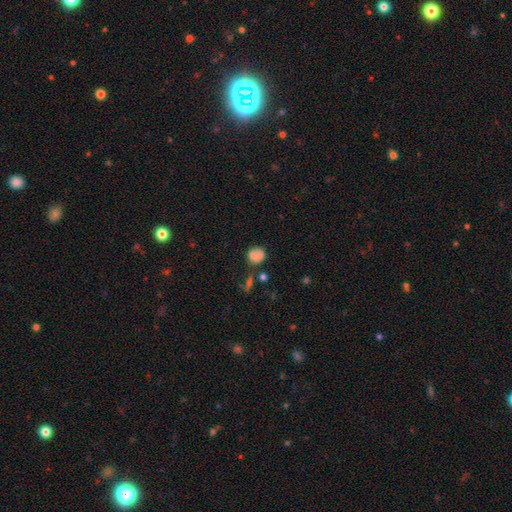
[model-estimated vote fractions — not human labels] Smooth or featured?
  - smooth: 65% *
  - featured or disk: 24%
  - star or artifact: 11%
How rounded?
  - round: 71% *
  - in between: 28%
  - cigar-shaped: 1%
Merging?
  - none: 45% *
  - merger: 23%
  - minor disturbance: 20%
  - major disturbance: 12%